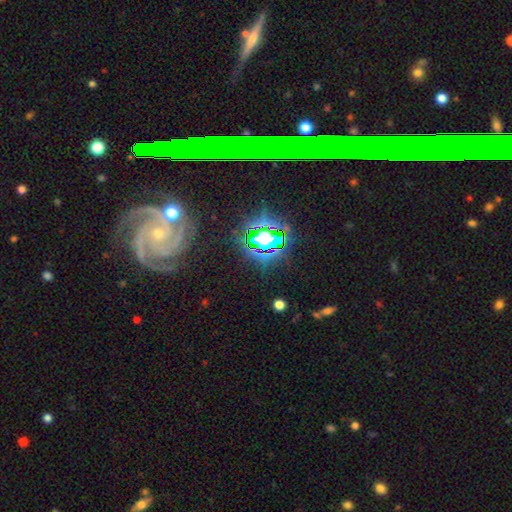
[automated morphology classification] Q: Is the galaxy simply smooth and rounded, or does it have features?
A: featured or disk — 65%.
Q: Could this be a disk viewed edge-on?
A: no — 85%.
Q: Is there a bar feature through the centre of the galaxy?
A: no — 64%.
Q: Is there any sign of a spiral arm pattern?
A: yes — 95%.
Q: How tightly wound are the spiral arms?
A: tight — 71%.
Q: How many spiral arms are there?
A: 2 — 26%.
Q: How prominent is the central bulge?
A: small — 66%.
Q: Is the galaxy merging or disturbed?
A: none — 79%.